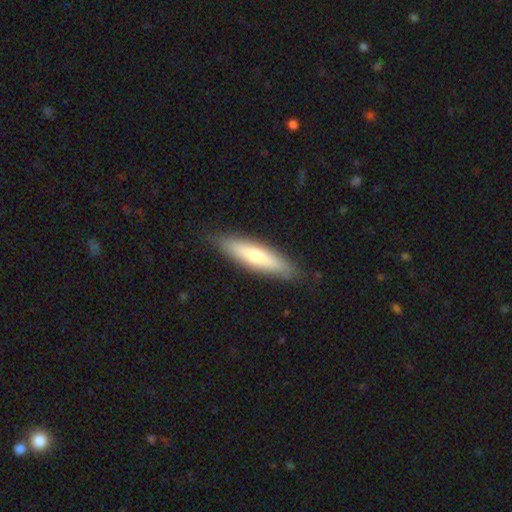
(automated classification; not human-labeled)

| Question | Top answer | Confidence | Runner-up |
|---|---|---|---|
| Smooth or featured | smooth | 60% | featured or disk (34%) |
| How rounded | cigar-shaped | 75% | in between (24%) |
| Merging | none | 89% | minor disturbance (9%) |